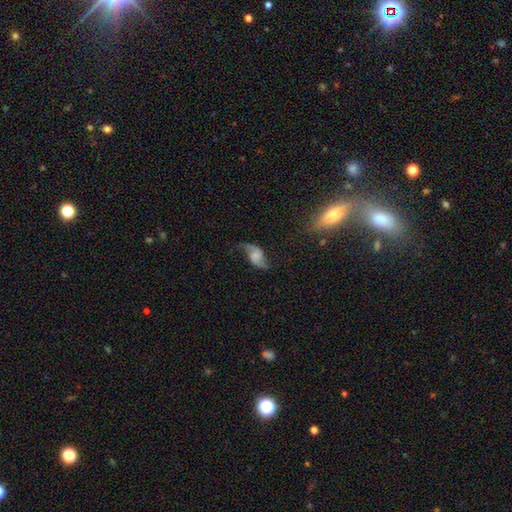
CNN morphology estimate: Q: Smooth or featured?
A: featured or disk (74%); runner-up: smooth (17%)
Q: Edge-on disk?
A: no (96%); runner-up: yes (4%)
Q: Bar?
A: no (53%); runner-up: weak (35%)
Q: Spiral arms?
A: yes (93%); runner-up: no (7%)
Q: Spiral winding?
A: loose (83%); runner-up: medium (14%)
Q: Spiral arm count?
A: 2 (91%); runner-up: 1 (4%)
Q: Bulge size?
A: none (55%); runner-up: small (19%)
Q: Merging?
A: none (66%); runner-up: minor disturbance (19%)